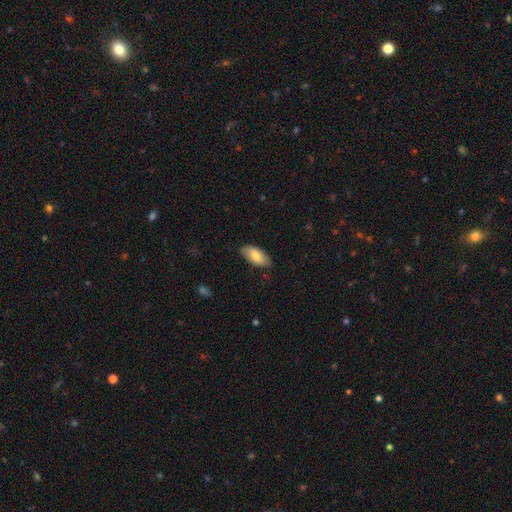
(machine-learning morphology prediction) Overall: smooth (79%). How rounded: in between (92%). Merging: none (80%).